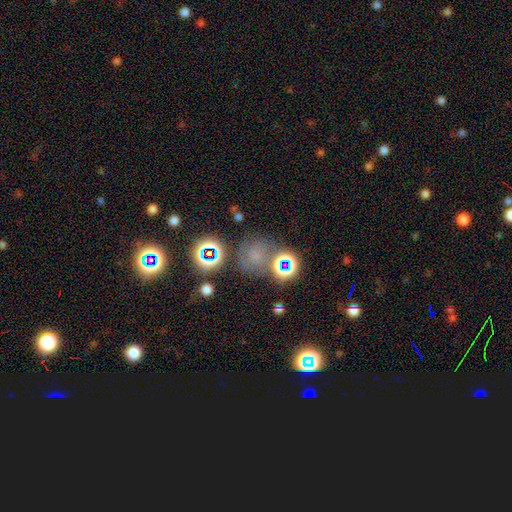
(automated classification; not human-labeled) Smooth or featured: star or artifact — 43% (smooth — 39%)